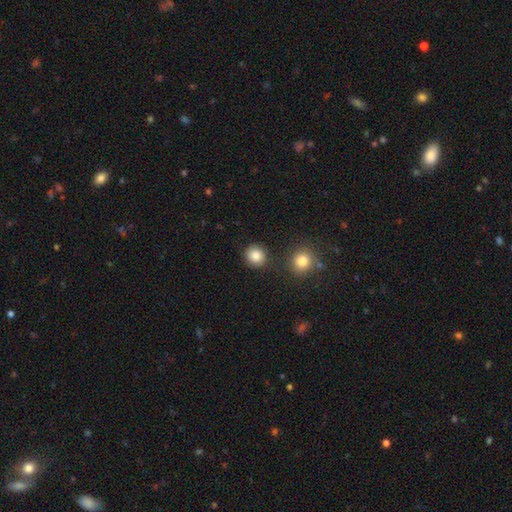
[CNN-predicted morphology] Smooth or featured?
  - smooth: 85% *
  - star or artifact: 10%
  - featured or disk: 5%
How rounded?
  - round: 88% *
  - in between: 11%
  - cigar-shaped: 1%
Merging?
  - none: 85% *
  - minor disturbance: 8%
  - merger: 5%
  - major disturbance: 3%